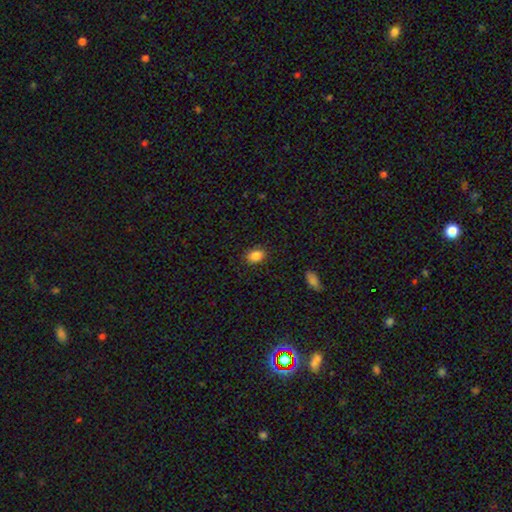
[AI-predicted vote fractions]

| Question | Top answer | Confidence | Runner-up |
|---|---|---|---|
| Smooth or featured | smooth | 86% | star or artifact (10%) |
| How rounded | in between | 76% | round (22%) |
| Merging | none | 86% | minor disturbance (10%) |